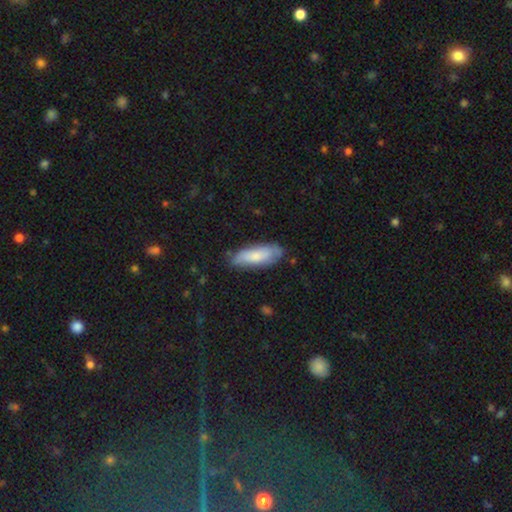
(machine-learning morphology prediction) smooth 74%, featured or disk 20%, star or artifact 6%. Down the decision tree: how rounded — in between (60%); merging — none (75%).